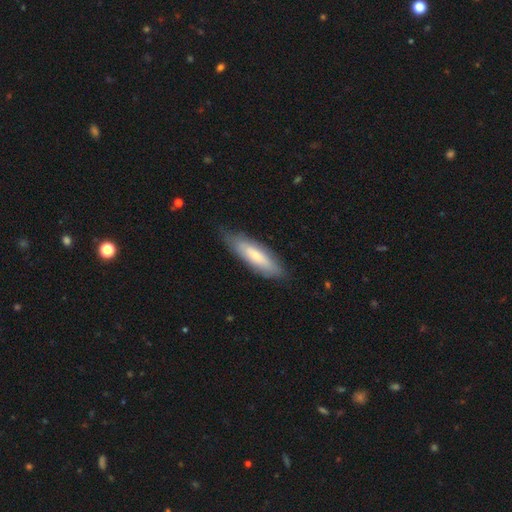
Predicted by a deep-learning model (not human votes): This appears to be a smooth galaxy with no disk features (66%) that is cigar-shaped (57%). Merging: none (76%).